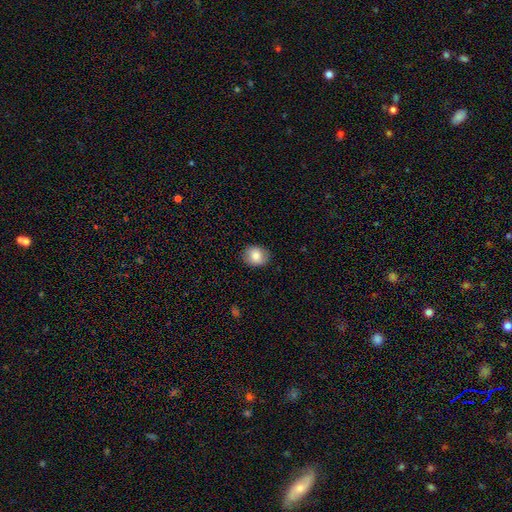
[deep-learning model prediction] smooth-or-featured: smooth: 81% | featured or disk: 11% | star or artifact: 8%
  how-rounded: round: 58% | in between: 41% | cigar-shaped: 1%
  merging: none: 86% | minor disturbance: 11% | major disturbance: 3% | merger: 1%